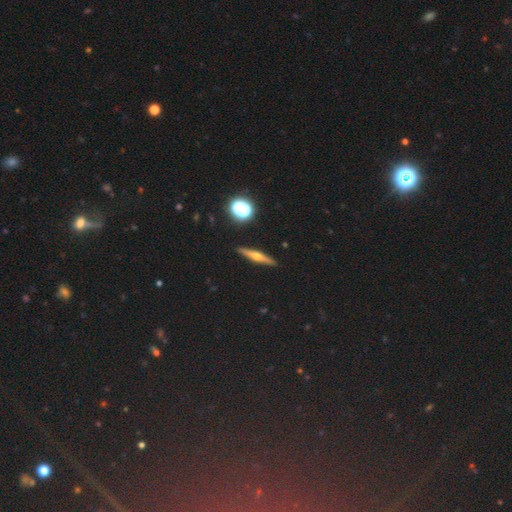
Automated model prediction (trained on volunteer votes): smooth-or-featured: featured or disk: 64% | smooth: 23% | star or artifact: 13%
  disk-edge-on: yes: 96% | no: 4%
    edge-on-bulge: rounded: 92% | none: 5% | boxy: 3%
  merging: none: 92% | minor disturbance: 5% | merger: 1% | major disturbance: 1%